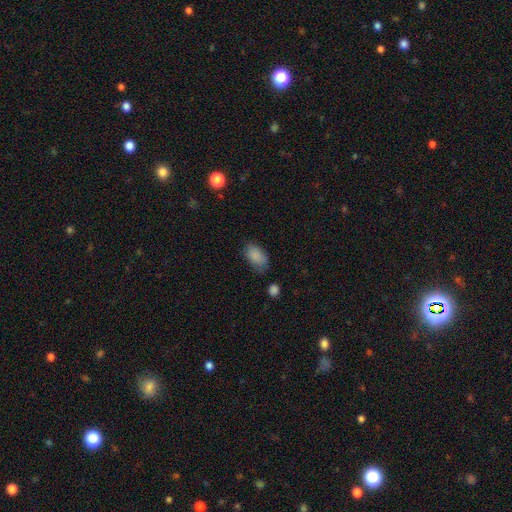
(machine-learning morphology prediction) Smooth or featured? smooth (87%)
How rounded? in between (92%)
Merging? none (66%)